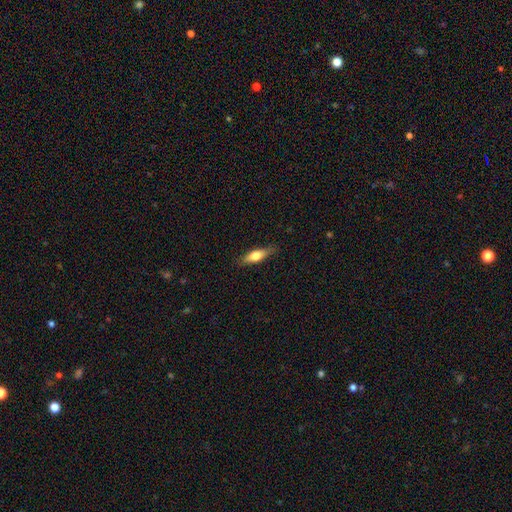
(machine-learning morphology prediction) Smooth or featured?
  - smooth: 61% *
  - featured or disk: 32%
  - star or artifact: 6%
How rounded?
  - cigar-shaped: 52% *
  - in between: 45%
  - round: 3%
Merging?
  - none: 82% *
  - minor disturbance: 14%
  - major disturbance: 3%
  - merger: 1%